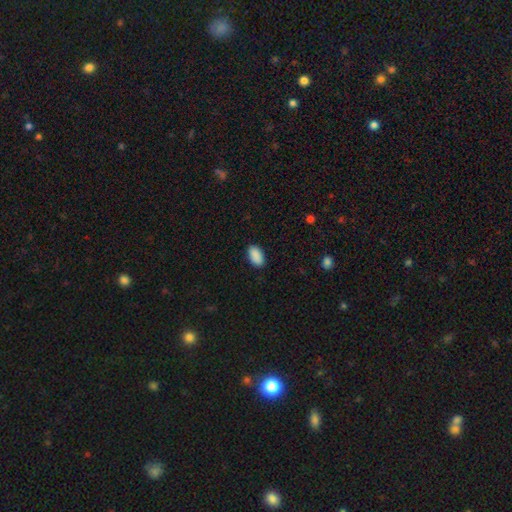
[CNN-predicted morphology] A smooth galaxy with no disk features (91%) that is in between round and cigar-shaped (94%). Merging: none (89%).